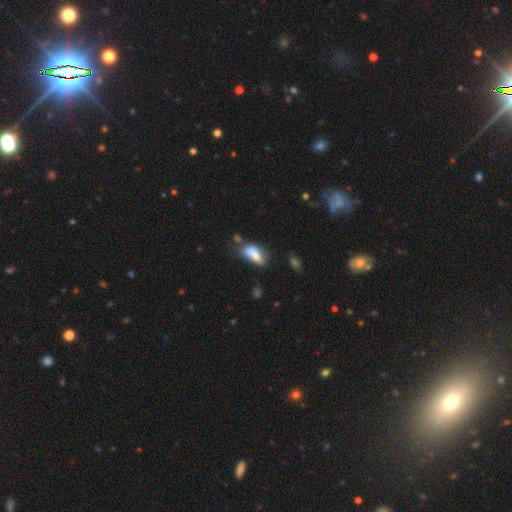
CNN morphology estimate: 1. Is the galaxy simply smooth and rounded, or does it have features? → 74% smooth, 17% featured or disk, 9% star or artifact.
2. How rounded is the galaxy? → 85% in between, 11% cigar-shaped, 4% round.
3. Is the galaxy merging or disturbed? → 37% none, 27% minor disturbance, 23% merger, 13% major disturbance.